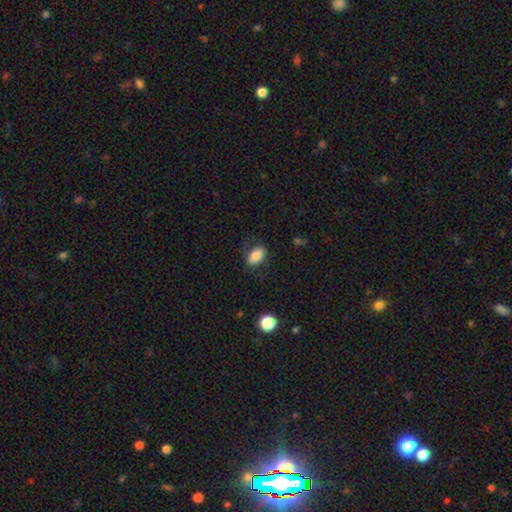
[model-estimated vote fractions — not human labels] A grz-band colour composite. It shows a smooth galaxy with no disk features (81%) that is in between round and cigar-shaped (90%). Merging: none (76%).